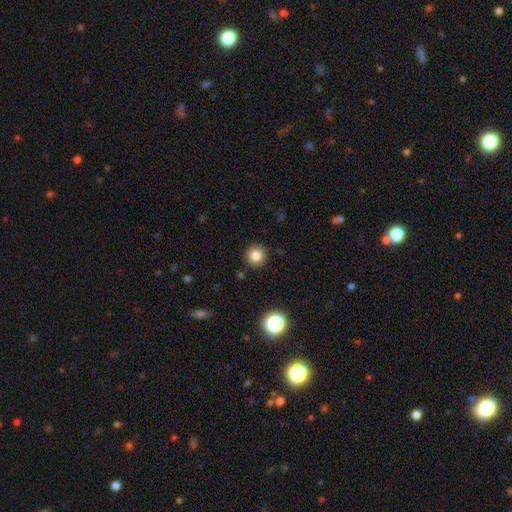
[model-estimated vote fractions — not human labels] Smooth or featured?
  - smooth: 82% *
  - star or artifact: 12%
  - featured or disk: 6%
How rounded?
  - round: 93% *
  - in between: 6%
  - cigar-shaped: 1%
Merging?
  - none: 91% *
  - minor disturbance: 6%
  - major disturbance: 2%
  - merger: 1%